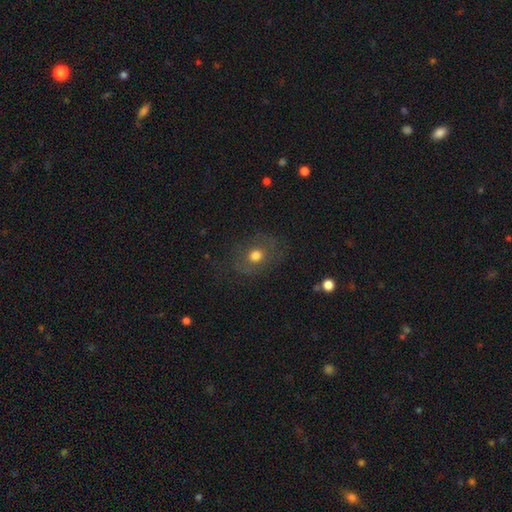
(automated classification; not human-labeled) This is likely a smooth galaxy (62%). How rounded: possibly round (54%). Merging: likely none (74%).